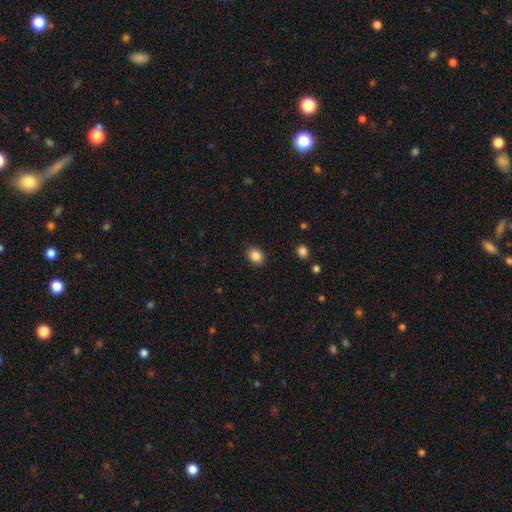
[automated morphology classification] A smooth galaxy with no disk features (87%) that is in between round and cigar-shaped (55%).

Vote fractions:
- Smooth or featured? smooth: 87% / star or artifact: 9% / featured or disk: 4%
- How rounded? in between: 55% / round: 44% / cigar-shaped: 1%
- Merging? none: 89% / minor disturbance: 8% / major disturbance: 2% / merger: 1%